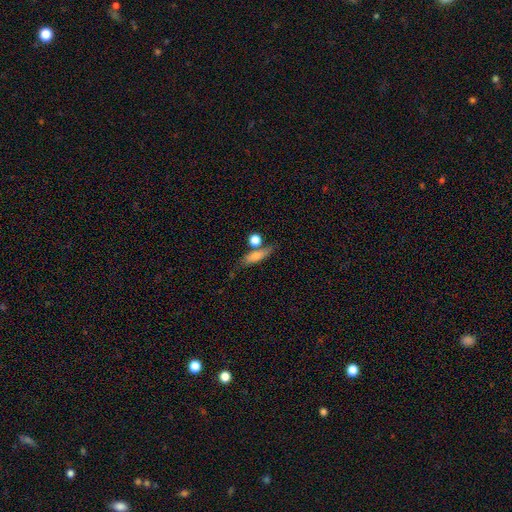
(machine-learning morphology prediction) Q: Smooth or featured?
A: smooth (67%); runner-up: featured or disk (24%)
Q: How rounded?
A: cigar-shaped (49%); runner-up: in between (42%)
Q: Merging?
A: none (60%); runner-up: merger (19%)